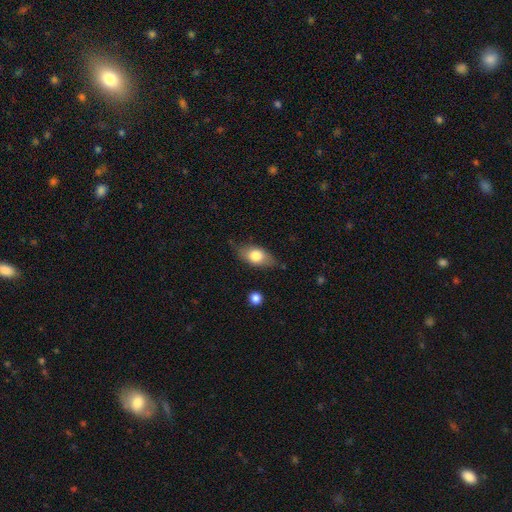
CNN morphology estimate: Smooth or featured? Predicted: smooth (p=0.70). How rounded? Predicted: in between (p=0.83). Merging? Predicted: none (p=0.72).